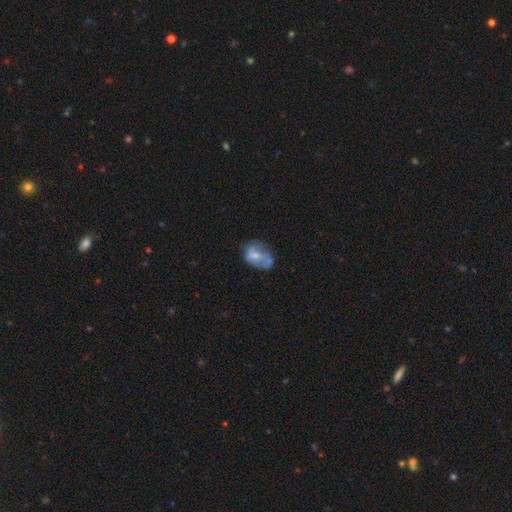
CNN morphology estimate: Q: Smooth or featured?
A: smooth (48%); runner-up: featured or disk (43%)
Q: Merging?
A: none (36%); runner-up: minor disturbance (28%)